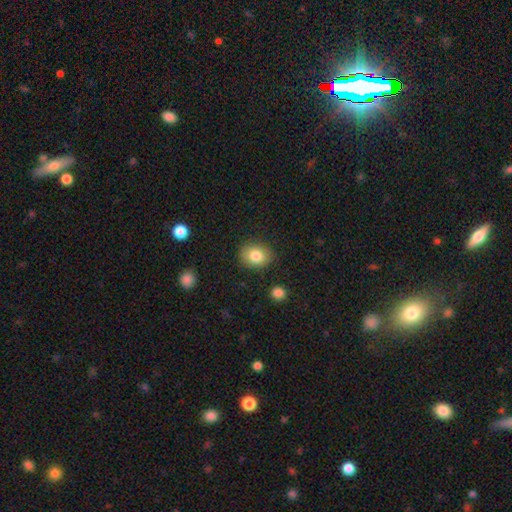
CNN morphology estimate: Smooth or featured? smooth (83%)
How rounded? round (51%)
Merging? none (85%)